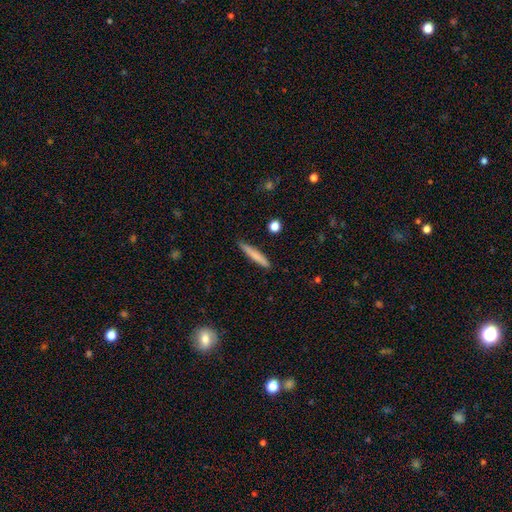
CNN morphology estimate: A smooth galaxy with no disk features (73%) that is cigar-shaped (95%).

Vote fractions:
- Smooth or featured? smooth: 73% / featured or disk: 21% / star or artifact: 6%
- How rounded? cigar-shaped: 95% / in between: 4% / round: 1%
- Merging? none: 88% / minor disturbance: 9% / major disturbance: 2% / merger: 2%